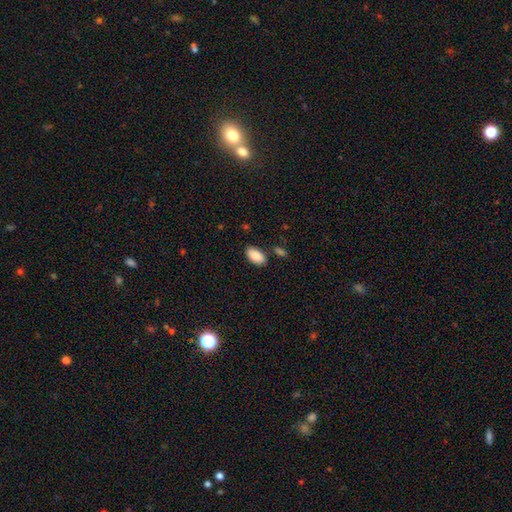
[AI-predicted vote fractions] A smooth galaxy with no disk features (87%) that is in between round and cigar-shaped (95%).

Vote fractions:
- Smooth or featured? smooth: 87% / star or artifact: 7% / featured or disk: 6%
- How rounded? in between: 95% / round: 3% / cigar-shaped: 2%
- Merging? none: 80% / minor disturbance: 12% / merger: 5% / major disturbance: 3%